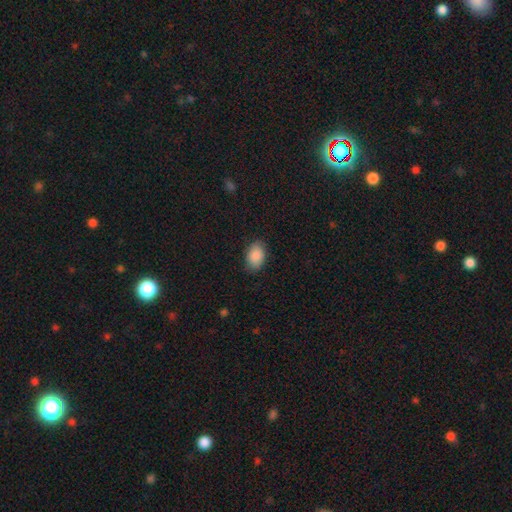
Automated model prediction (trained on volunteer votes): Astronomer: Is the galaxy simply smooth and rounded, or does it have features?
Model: smooth — 88%.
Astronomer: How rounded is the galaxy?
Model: in between — 89%.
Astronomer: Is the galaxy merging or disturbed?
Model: none — 84%.